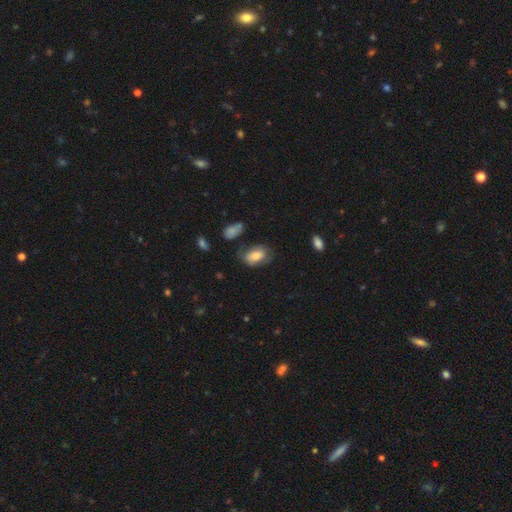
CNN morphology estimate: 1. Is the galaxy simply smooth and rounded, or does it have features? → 64% smooth, 28% featured or disk, 7% star or artifact.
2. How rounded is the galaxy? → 86% in between, 12% round, 2% cigar-shaped.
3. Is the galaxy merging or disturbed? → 55% none, 28% minor disturbance, 14% major disturbance, 4% merger.